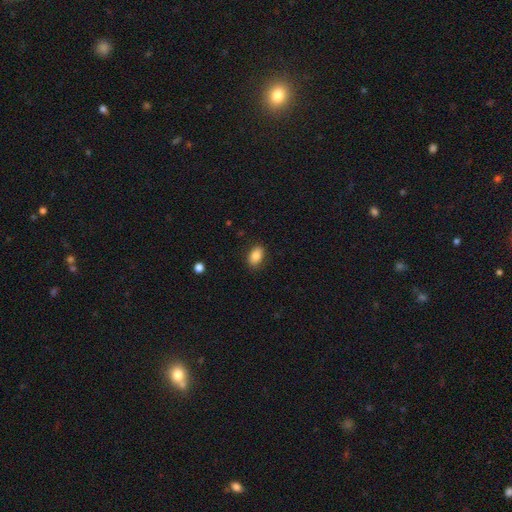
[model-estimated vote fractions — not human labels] Smooth or featured? smooth (85%)
How rounded? in between (88%)
Merging? none (86%)